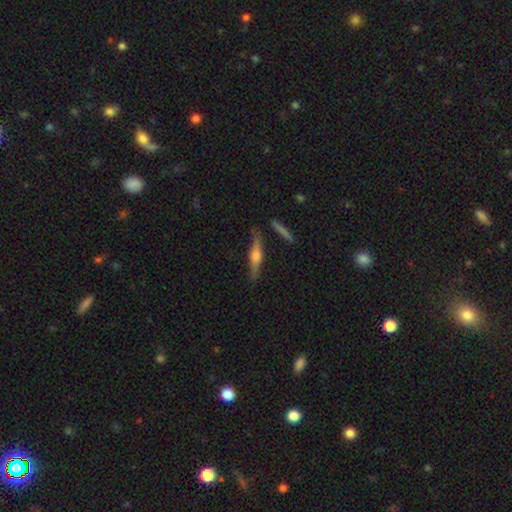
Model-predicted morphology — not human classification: type=featured or disk (67%); edge-on=yes (97%); edge-on bulge=rounded (87%); merging=none (85%).